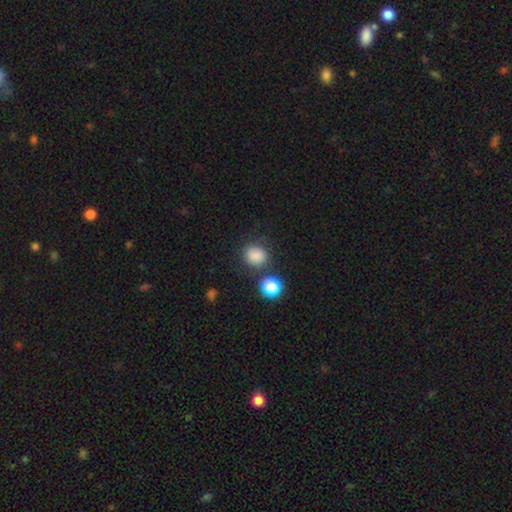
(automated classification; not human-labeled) Morphology: type=smooth (83%); roundness=round (73%); merging=none (76%).